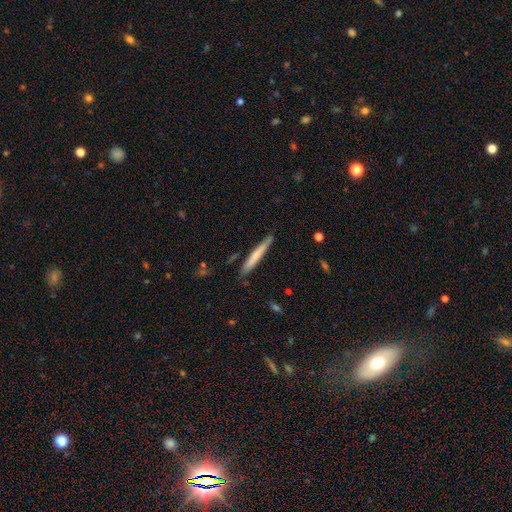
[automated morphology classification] smooth-or-featured: smooth: 61% | featured or disk: 33% | star or artifact: 6%
  how-rounded: cigar-shaped: 96% | in between: 3% | round: 1%
  merging: none: 82% | minor disturbance: 14% | major disturbance: 2% | merger: 2%